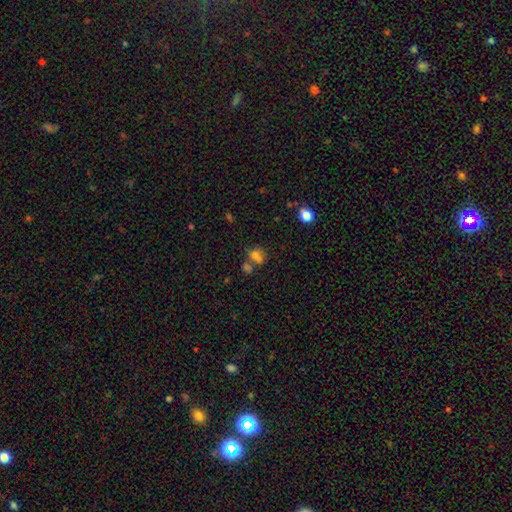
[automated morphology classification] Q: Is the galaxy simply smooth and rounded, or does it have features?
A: smooth — 66%.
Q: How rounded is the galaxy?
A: round — 59%.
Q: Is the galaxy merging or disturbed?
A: merger — 48%.